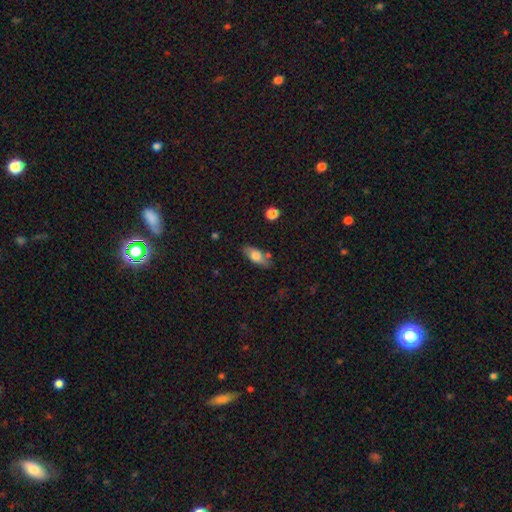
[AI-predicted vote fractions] Smooth or featured? smooth (70%)
How rounded? in between (78%)
Merging? none (76%)